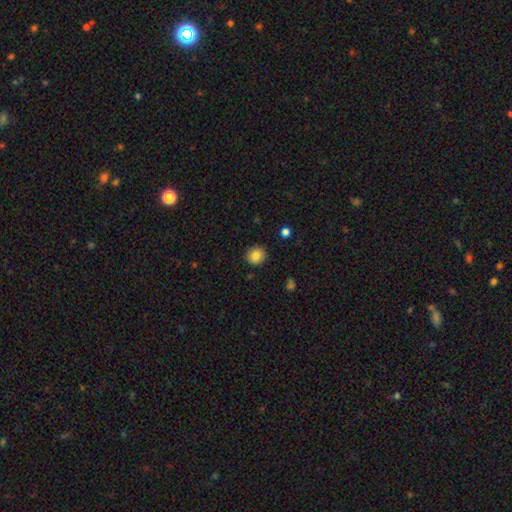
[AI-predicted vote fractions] Smooth or featured?
  - smooth: 84% *
  - star or artifact: 9%
  - featured or disk: 7%
How rounded?
  - round: 87% *
  - in between: 12%
  - cigar-shaped: 1%
Merging?
  - none: 90% *
  - minor disturbance: 7%
  - major disturbance: 2%
  - merger: 1%